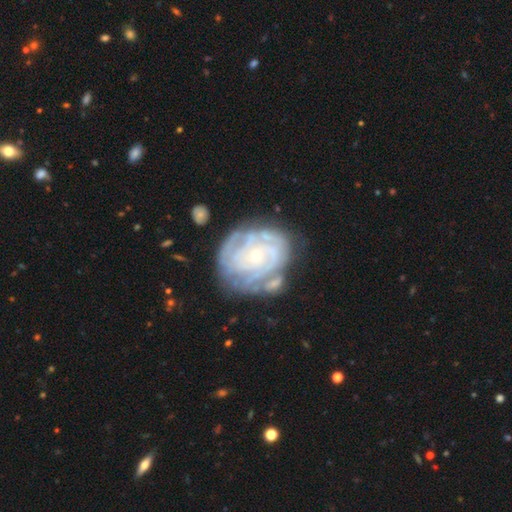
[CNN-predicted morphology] Q: Smooth or featured?
A: featured or disk (84%); runner-up: smooth (10%)
Q: Edge-on disk?
A: no (97%); runner-up: yes (3%)
Q: Bar?
A: no (79%); runner-up: weak (17%)
Q: Spiral arms?
A: yes (93%); runner-up: no (7%)
Q: Spiral winding?
A: tight (78%); runner-up: medium (18%)
Q: Spiral arm count?
A: can't tell (37%); runner-up: 4 (18%)
Q: Bulge size?
A: small (82%); runner-up: moderate (14%)
Q: Merging?
A: none (63%); runner-up: minor disturbance (20%)